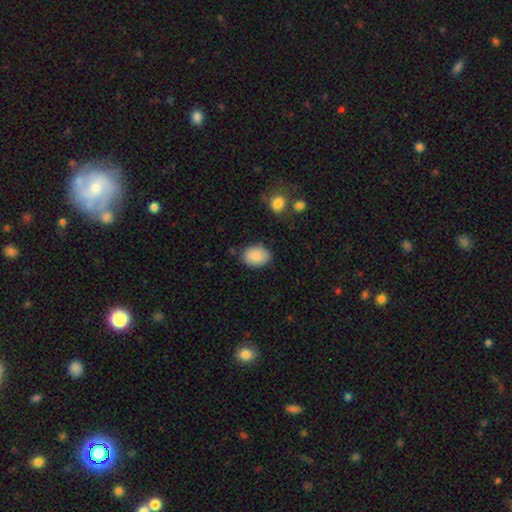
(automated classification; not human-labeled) This appears to be a smooth galaxy with no disk features (88%) that is in between round and cigar-shaped (76%). Merging: none (80%).